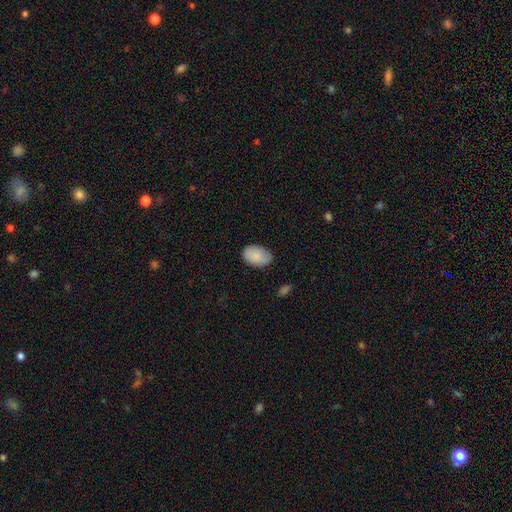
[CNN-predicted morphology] A smooth galaxy with no disk features (87%) that is in between round and cigar-shaped (90%). Merging: none (82%).